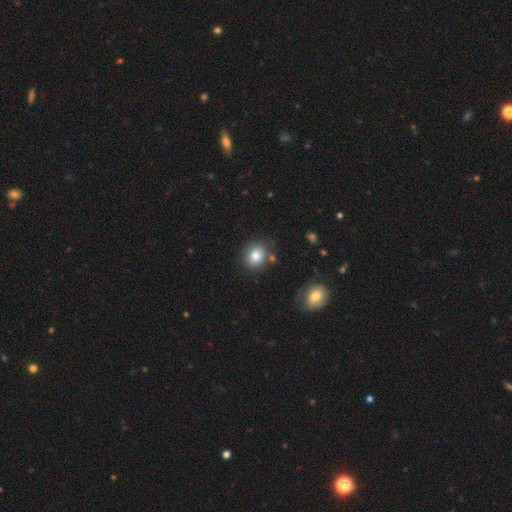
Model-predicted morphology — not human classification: Overall: smooth (83%). How rounded: round (65%; in between 34%). Merging: none (79%).